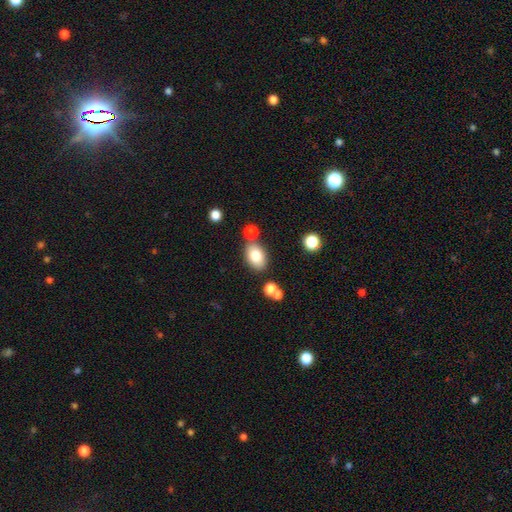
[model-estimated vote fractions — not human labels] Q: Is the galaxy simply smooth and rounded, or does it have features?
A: smooth — 79%.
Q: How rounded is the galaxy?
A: in between — 84%.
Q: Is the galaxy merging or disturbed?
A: none — 75%.